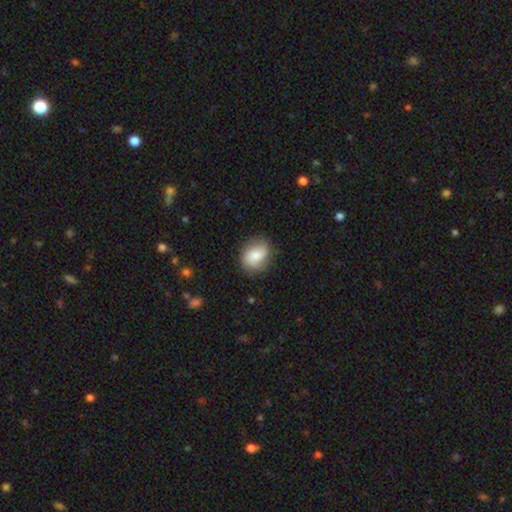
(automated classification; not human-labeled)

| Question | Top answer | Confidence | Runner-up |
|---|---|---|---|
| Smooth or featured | smooth | 65% | featured or disk (27%) |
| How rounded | in between | 51% | round (48%) |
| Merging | none | 73% | minor disturbance (19%) |